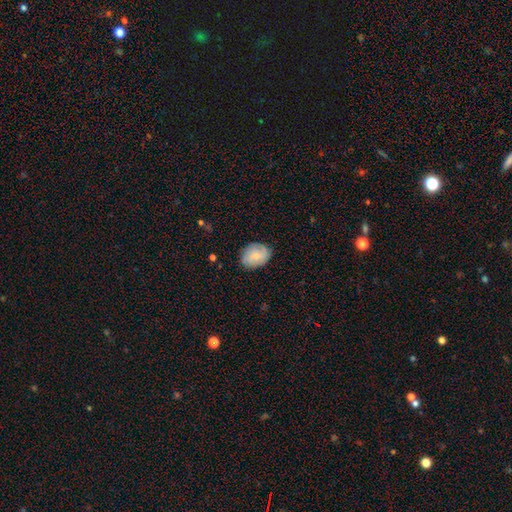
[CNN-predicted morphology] smooth_or_featured: smooth (p=0.57) [alt: featured or disk p=0.35]
how_rounded: in between (p=0.63) [alt: round p=0.36]
merging: none (p=0.79) [alt: minor disturbance p=0.16]